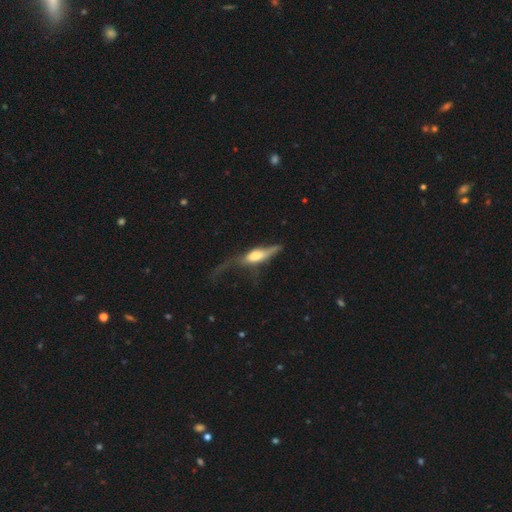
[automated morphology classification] A smooth galaxy with no disk features (47%). Merging: major disturbance (49%).